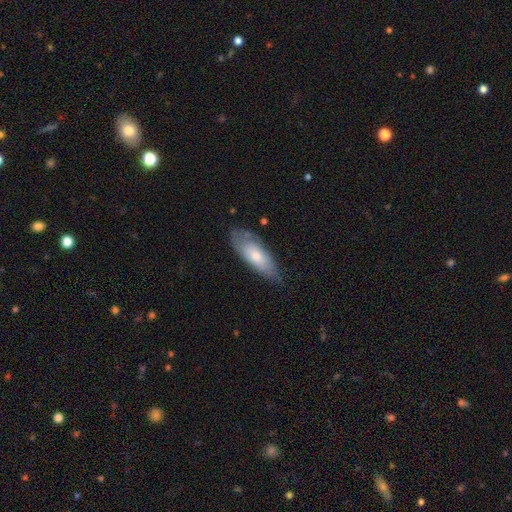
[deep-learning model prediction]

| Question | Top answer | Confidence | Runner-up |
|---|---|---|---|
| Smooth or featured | smooth | 62% | featured or disk (31%) |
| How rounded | in between | 68% | cigar-shaped (30%) |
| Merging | none | 68% | minor disturbance (25%) |